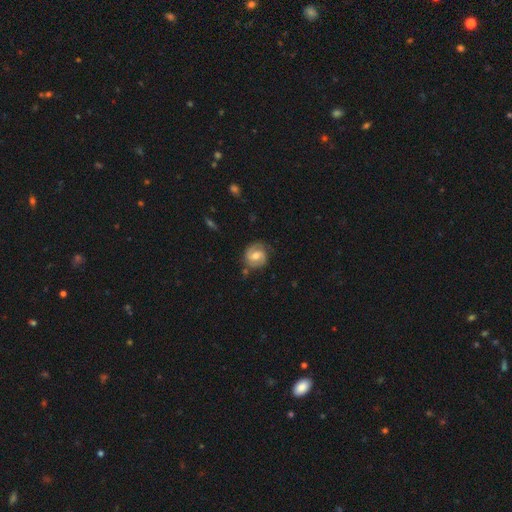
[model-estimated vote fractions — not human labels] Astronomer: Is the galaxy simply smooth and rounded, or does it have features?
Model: featured or disk — 67%.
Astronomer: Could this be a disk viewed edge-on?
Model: no — 97%.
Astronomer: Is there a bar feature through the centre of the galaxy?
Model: weak — 49% (runner-up: no, 36%).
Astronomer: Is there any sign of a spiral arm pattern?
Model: yes — 88%.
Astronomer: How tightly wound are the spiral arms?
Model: tight — 44% (runner-up: medium, 41%).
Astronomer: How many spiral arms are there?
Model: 2 — 82%.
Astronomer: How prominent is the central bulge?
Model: moderate — 73%.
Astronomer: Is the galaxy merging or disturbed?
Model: none — 76%.